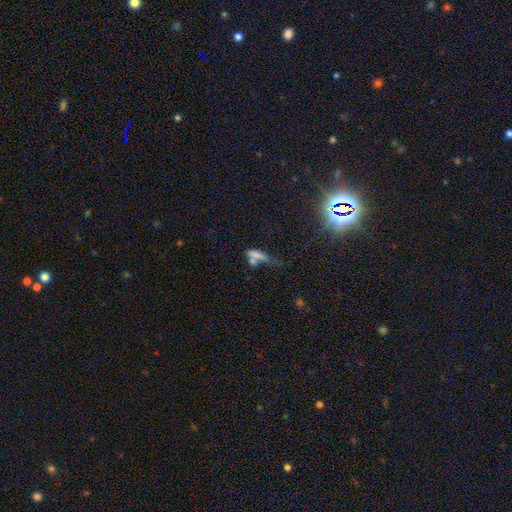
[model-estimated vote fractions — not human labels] smooth_or_featured: smooth (p=0.61) [alt: featured or disk p=0.23]
how_rounded: cigar-shaped (p=0.55) [alt: in between p=0.39]
merging: merger (p=0.41) [alt: none p=0.28]